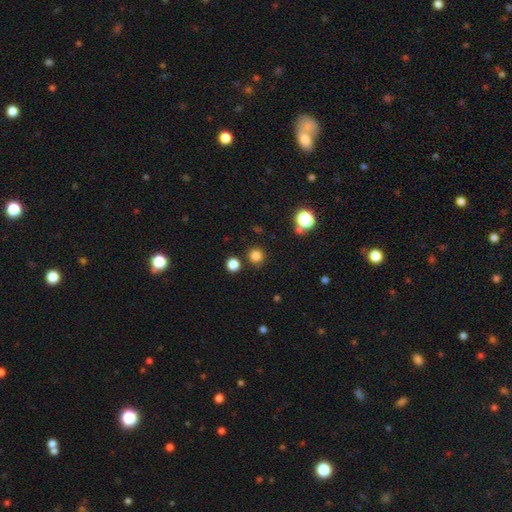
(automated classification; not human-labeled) A smooth galaxy with no disk features (82%) that is round (94%).

Vote fractions:
- Smooth or featured? smooth: 82% / star or artifact: 14% / featured or disk: 4%
- How rounded? round: 94% / in between: 5% / cigar-shaped: 1%
- Merging? none: 87% / minor disturbance: 6% / merger: 4% / major disturbance: 2%